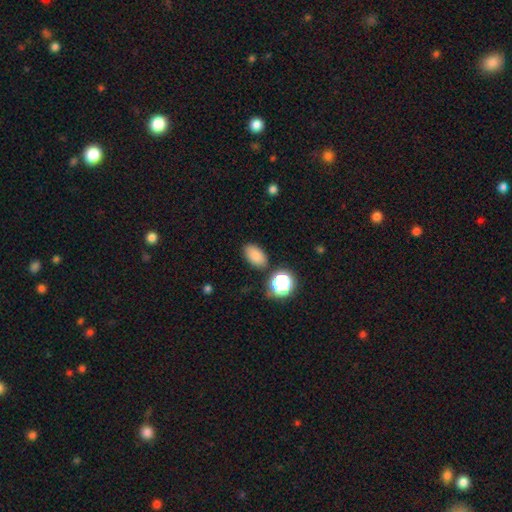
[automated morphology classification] smooth_or_featured: smooth (p=0.84) [alt: star or artifact p=0.12]
how_rounded: in between (p=0.88) [alt: round p=0.10]
merging: none (p=0.82) [alt: minor disturbance p=0.10]